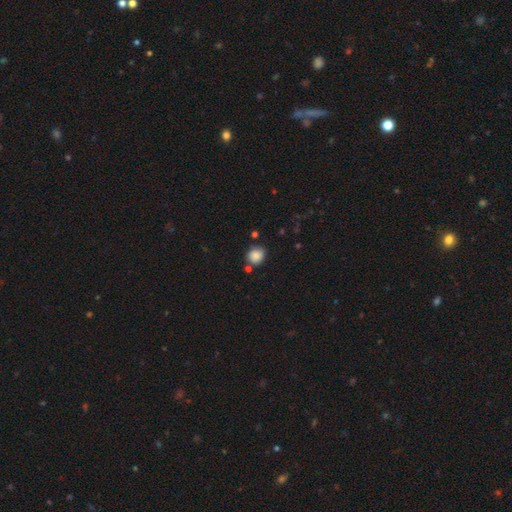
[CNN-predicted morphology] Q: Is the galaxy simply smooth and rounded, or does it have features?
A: smooth — 86%.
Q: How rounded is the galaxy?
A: round — 81%.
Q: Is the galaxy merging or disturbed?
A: none — 76%.